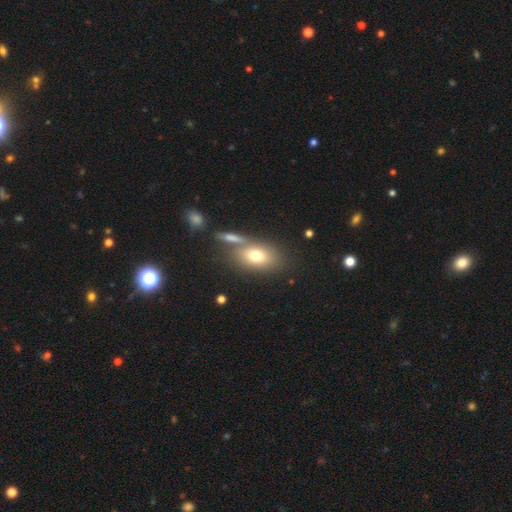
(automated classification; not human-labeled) Smooth or featured?
  - smooth: 72% *
  - featured or disk: 18%
  - star or artifact: 10%
How rounded?
  - in between: 81% *
  - round: 16%
  - cigar-shaped: 3%
Merging?
  - none: 60% *
  - merger: 21%
  - minor disturbance: 13%
  - major disturbance: 6%